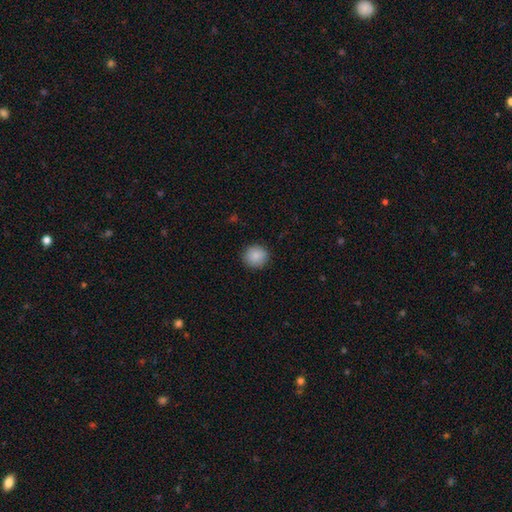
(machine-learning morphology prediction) smooth_or_featured: smooth (p=0.88) [alt: star or artifact p=0.08]
how_rounded: round (p=0.91) [alt: in between p=0.08]
merging: none (p=0.90) [alt: minor disturbance p=0.07]